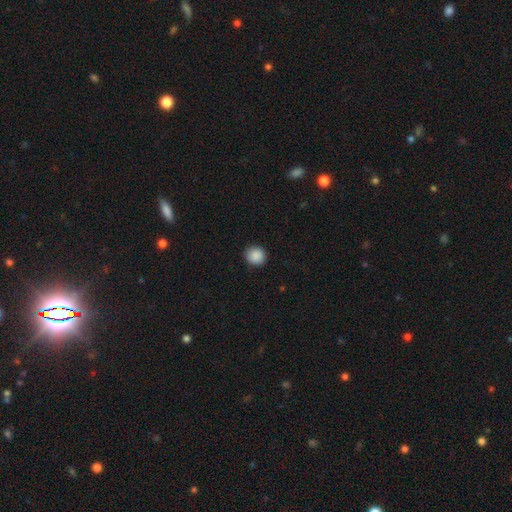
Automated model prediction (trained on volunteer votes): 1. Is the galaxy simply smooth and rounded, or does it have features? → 89% smooth, 8% star or artifact, 3% featured or disk.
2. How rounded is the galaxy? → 90% round, 9% in between, 1% cigar-shaped.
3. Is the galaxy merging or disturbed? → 91% none, 6% minor disturbance, 2% major disturbance, 1% merger.